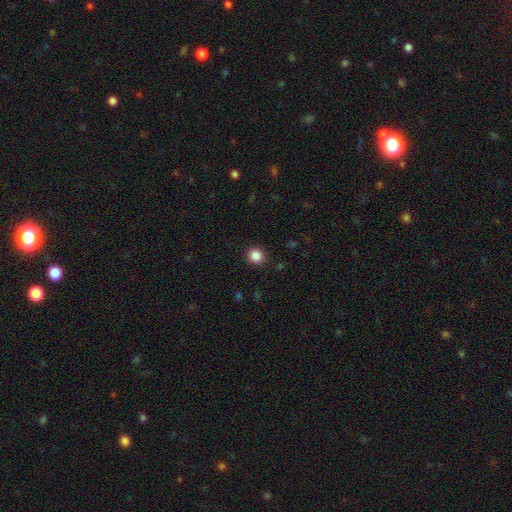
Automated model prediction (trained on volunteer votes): smooth_or_featured: smooth (p=0.86) [alt: star or artifact p=0.11]
how_rounded: round (p=0.87) [alt: in between p=0.12]
merging: none (p=0.91) [alt: minor disturbance p=0.06]